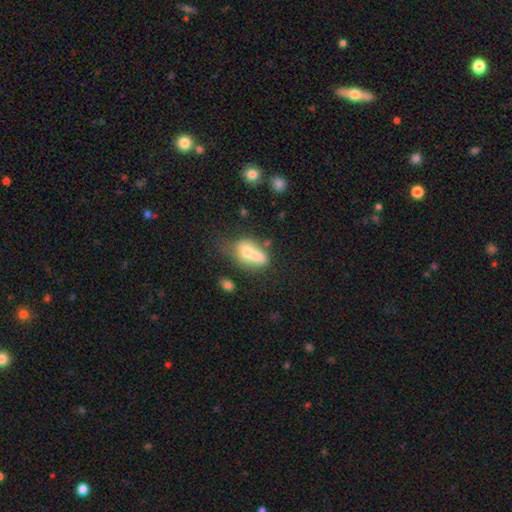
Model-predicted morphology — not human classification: Q: Smooth or featured?
A: smooth (63%); runner-up: featured or disk (27%)
Q: How rounded?
A: in between (79%); runner-up: round (13%)
Q: Merging?
A: merger (45%); runner-up: none (24%)